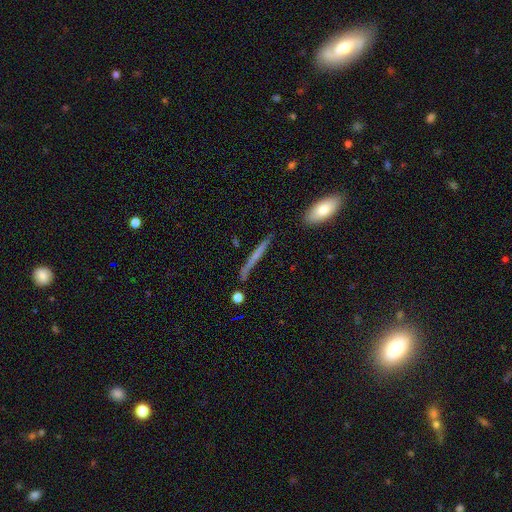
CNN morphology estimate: A smooth galaxy with no disk features (47%).

Vote fractions:
- Smooth or featured? smooth: 47% / featured or disk: 44% / star or artifact: 8%
- Merging? none: 81% / minor disturbance: 13% / merger: 3% / major disturbance: 3%